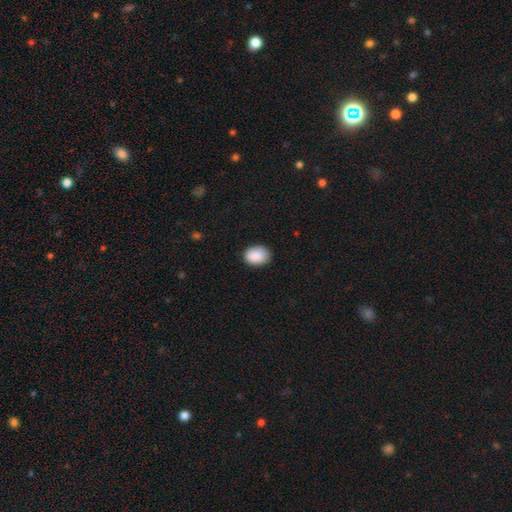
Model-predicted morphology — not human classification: Q: Smooth or featured?
A: smooth (90%); runner-up: star or artifact (7%)
Q: How rounded?
A: in between (71%); runner-up: round (28%)
Q: Merging?
A: none (83%); runner-up: minor disturbance (13%)